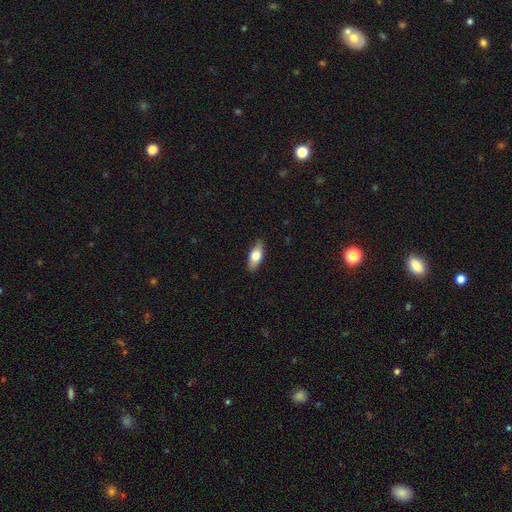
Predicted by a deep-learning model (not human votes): Smooth or featured: smooth — 69% (featured or disk — 25%)
How rounded: in between — 80% (cigar-shaped — 17%)
Merging: none — 88% (minor disturbance — 10%)